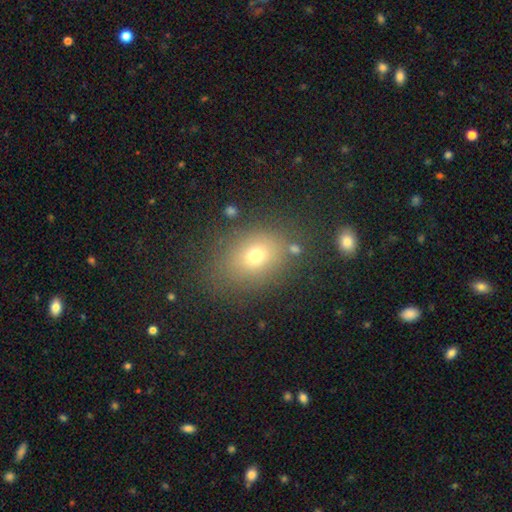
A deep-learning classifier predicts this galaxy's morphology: This is likely a smooth galaxy (70%). How rounded: likely in between (63%). Merging: likely none (77%).